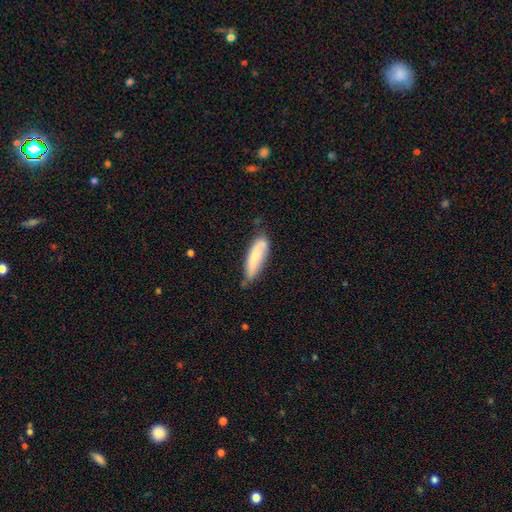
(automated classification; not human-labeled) Overall: smooth (71%). How rounded: cigar-shaped (52%; in between 46%). Merging: none (59%; minor disturbance 32%).